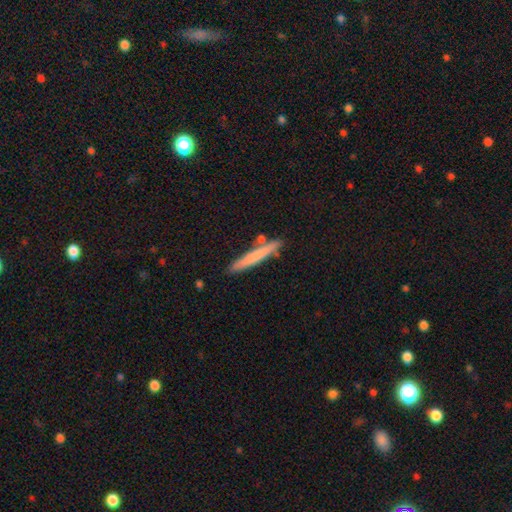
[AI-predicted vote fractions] smooth 67%, featured or disk 28%, star or artifact 6%. Down the decision tree: how rounded — cigar-shaped (96%); merging — none (83%).